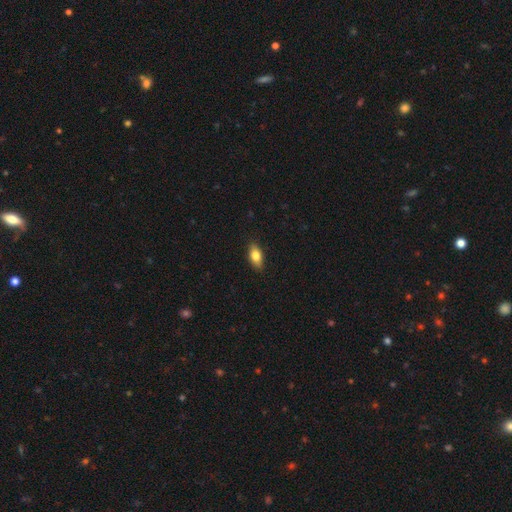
A smooth galaxy with no disk features (78%) that is in between round and cigar-shaped (94%). Merging: none (92%).